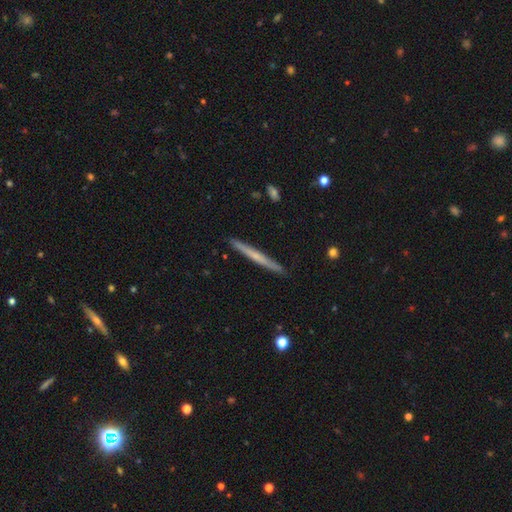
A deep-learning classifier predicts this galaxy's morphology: featured or disk 50%, smooth 45%, star or artifact 6%. Down the decision tree: merging — none (92%).